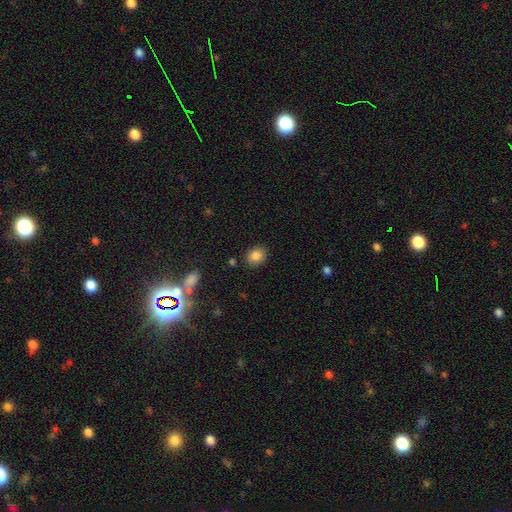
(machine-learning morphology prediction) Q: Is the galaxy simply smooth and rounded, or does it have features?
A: smooth — 84%.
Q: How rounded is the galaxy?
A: round — 57%.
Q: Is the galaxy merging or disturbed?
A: none — 87%.